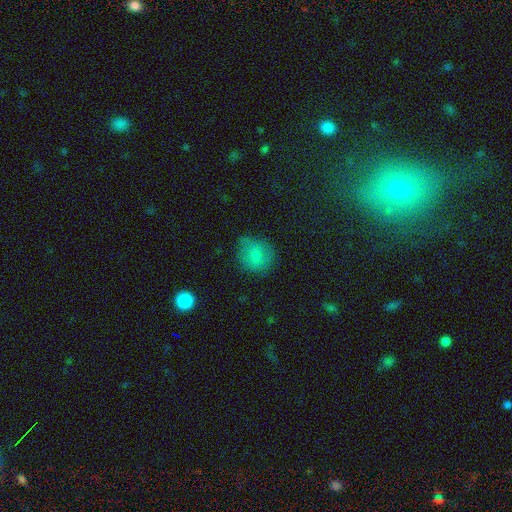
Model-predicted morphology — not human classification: This appears to be a smooth galaxy with no disk features (75%) that is round (82%). Merging: none (63%).